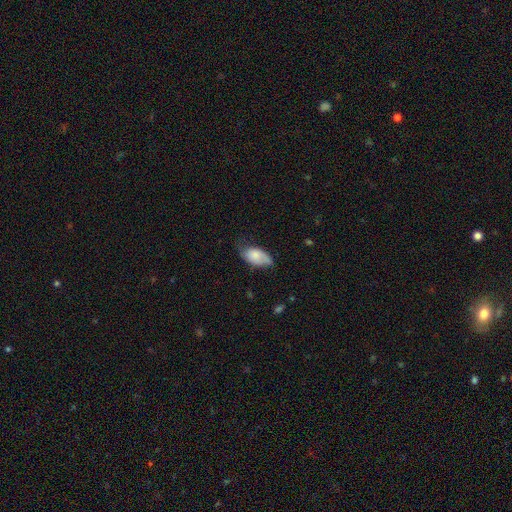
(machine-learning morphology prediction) This appears to be a smooth galaxy with no disk features (72%) that is in between round and cigar-shaped (93%). Merging: minor disturbance (42%).